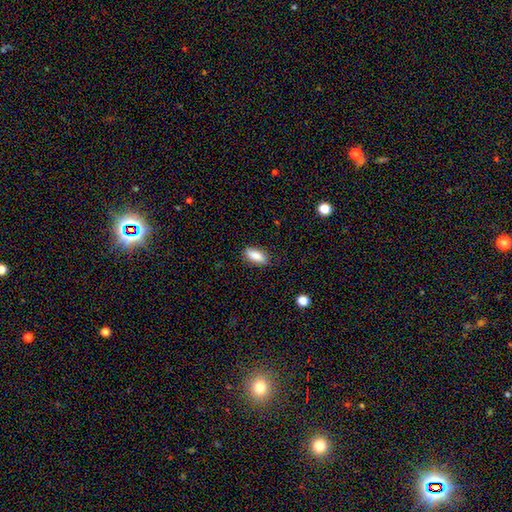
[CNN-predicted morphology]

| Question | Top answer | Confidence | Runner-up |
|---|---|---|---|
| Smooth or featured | smooth | 85% | featured or disk (8%) |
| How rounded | in between | 80% | cigar-shaped (17%) |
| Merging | none | 84% | minor disturbance (13%) |